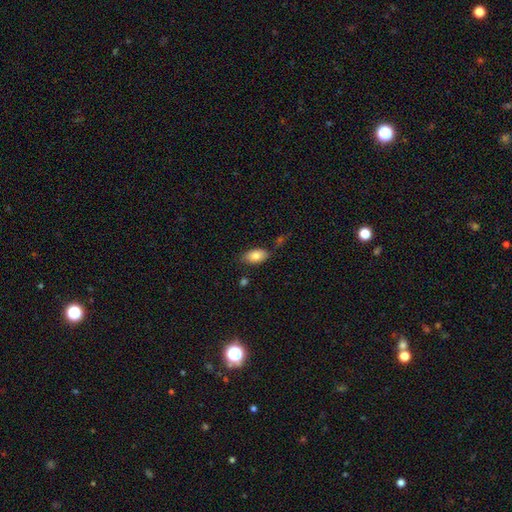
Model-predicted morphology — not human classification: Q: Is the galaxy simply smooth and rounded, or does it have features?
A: smooth — 82%.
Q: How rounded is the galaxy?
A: in between — 93%.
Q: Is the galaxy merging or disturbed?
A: none — 74%.